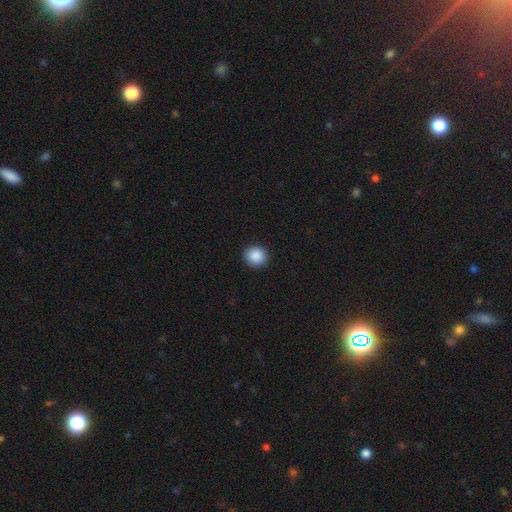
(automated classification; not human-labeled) Overall: smooth (89%). How rounded: round (89%). Merging: none (92%).